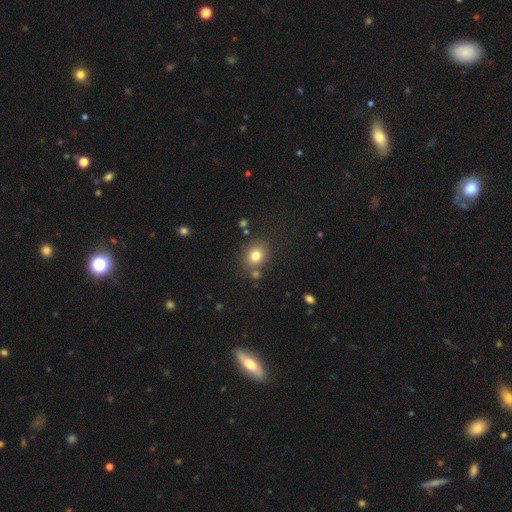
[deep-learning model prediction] smooth 80%, star or artifact 12%, featured or disk 8%. Down the decision tree: how rounded — round (63%); merging — none (76%).